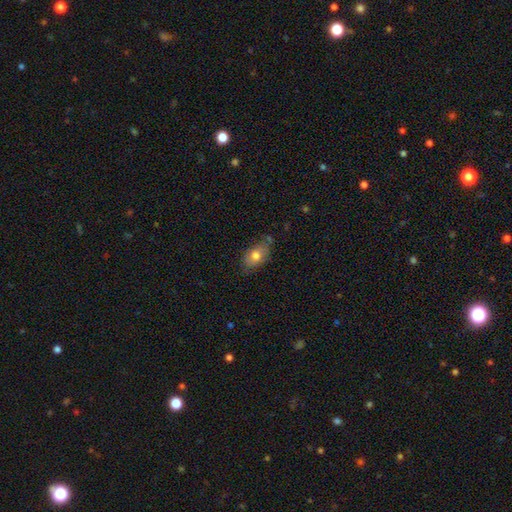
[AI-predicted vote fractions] Overall: smooth (77%). How rounded: in between (87%). Merging: none (69%).